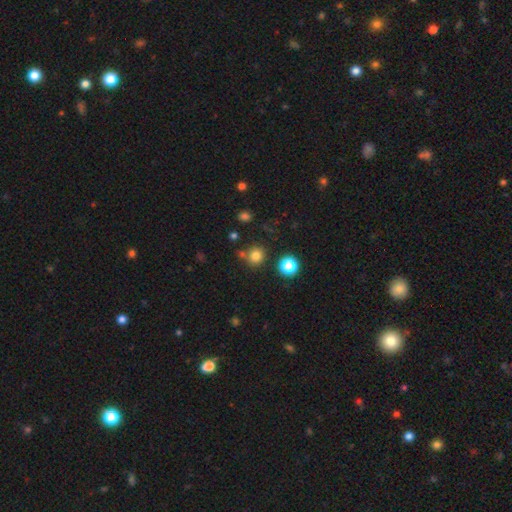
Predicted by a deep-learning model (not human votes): Smooth or featured?
  - smooth: 78% *
  - star or artifact: 16%
  - featured or disk: 6%
How rounded?
  - round: 89% *
  - in between: 10%
  - cigar-shaped: 1%
Merging?
  - none: 78% *
  - merger: 10%
  - minor disturbance: 9%
  - major disturbance: 3%